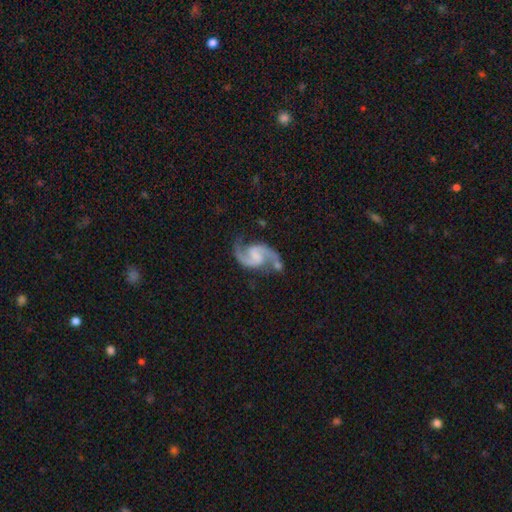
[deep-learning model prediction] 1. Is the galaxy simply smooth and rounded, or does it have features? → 92% featured or disk, 4% star or artifact, 4% smooth.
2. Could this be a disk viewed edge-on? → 98% no, 2% yes.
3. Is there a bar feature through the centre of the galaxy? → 50% weak, 32% no, 18% strong.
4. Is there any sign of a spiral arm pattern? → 98% yes, 2% no.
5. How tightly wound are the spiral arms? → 52% medium, 38% loose, 10% tight.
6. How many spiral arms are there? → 94% 2, 1% 1, 1% can't tell, 1% 3, 1% 4, 1% more than 4.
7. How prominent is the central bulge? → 46% none, 33% small, 17% moderate, 3% large, 1% dominant.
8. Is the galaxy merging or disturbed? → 66% none, 17% minor disturbance, 10% merger, 7% major disturbance.